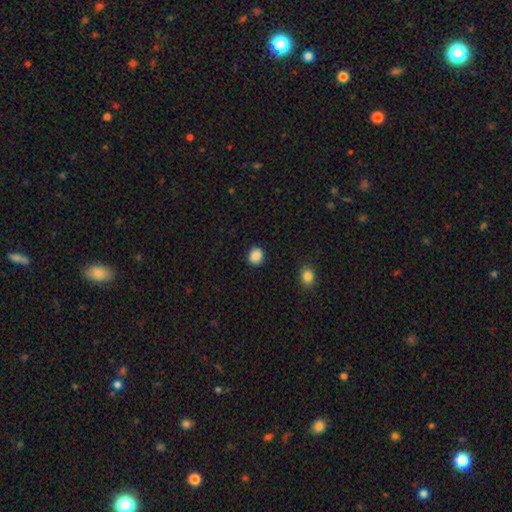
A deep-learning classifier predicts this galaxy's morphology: smooth_or_featured: smooth (p=0.88) [alt: star or artifact p=0.09]
how_rounded: round (p=0.83) [alt: in between p=0.16]
merging: none (p=0.90) [alt: minor disturbance p=0.07]